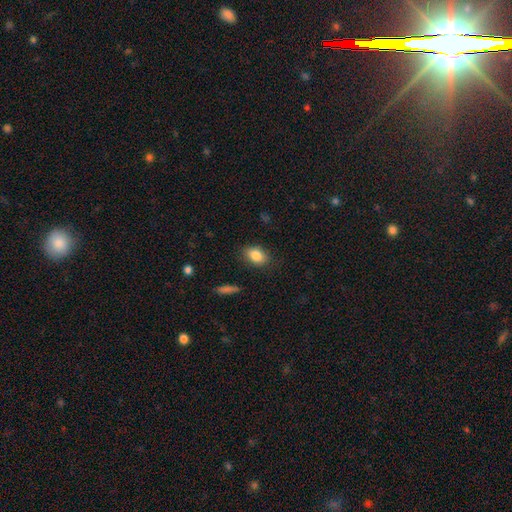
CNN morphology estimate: smooth-or-featured: smooth: 84% | star or artifact: 8% | featured or disk: 8%
  how-rounded: in between: 82% | round: 16% | cigar-shaped: 2%
  merging: none: 83% | minor disturbance: 12% | major disturbance: 3% | merger: 1%